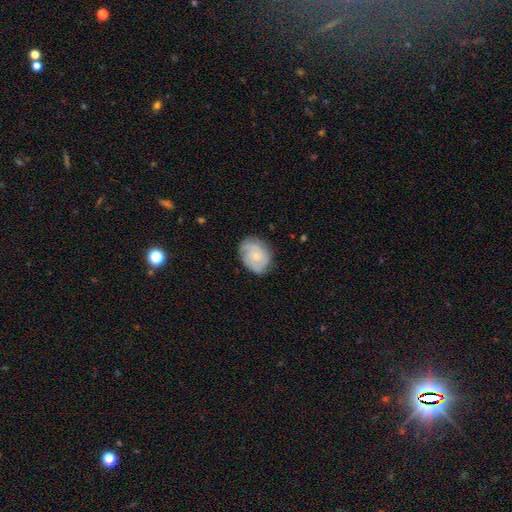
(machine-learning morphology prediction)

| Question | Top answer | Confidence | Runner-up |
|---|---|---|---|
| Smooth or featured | featured or disk | 53% | smooth (41%) |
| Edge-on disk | no | 97% | yes (3%) |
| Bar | no | 79% | weak (19%) |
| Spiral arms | yes | 84% | no (16%) |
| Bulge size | small | 68% | moderate (23%) |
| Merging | none | 70% | minor disturbance (22%) |